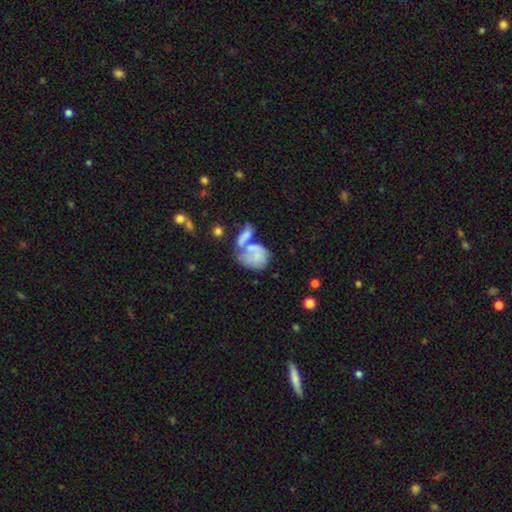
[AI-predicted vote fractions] This is possibly a smooth galaxy (56%). How rounded: possibly in between (53%). Merging: possibly merger (52%).